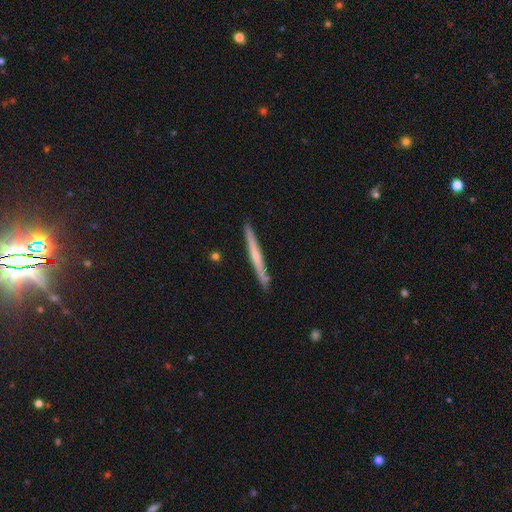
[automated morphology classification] This is possibly a featured or disk galaxy (56%). It is clearly viewed edge-on (97%). Edge-on bulge: possibly none (52%). Merging: clearly none (90%).